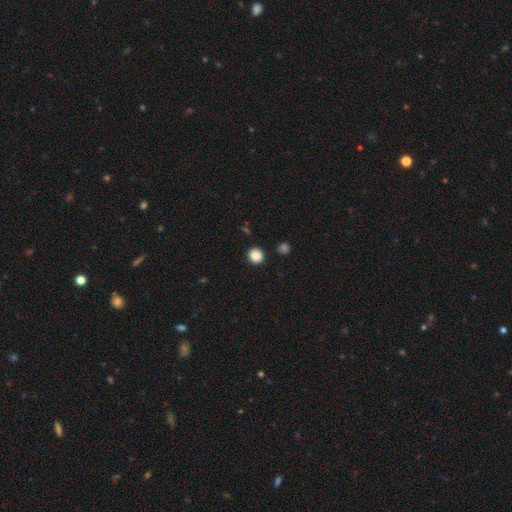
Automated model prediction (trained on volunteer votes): A smooth galaxy with no disk features (87%) that is round (92%).

Vote fractions:
- Smooth or featured? smooth: 87% / star or artifact: 10% / featured or disk: 3%
- How rounded? round: 92% / in between: 7% / cigar-shaped: 1%
- Merging? none: 91% / minor disturbance: 5% / merger: 2% / major disturbance: 2%